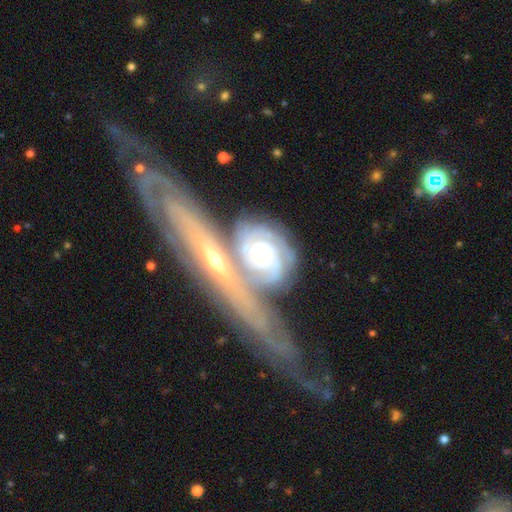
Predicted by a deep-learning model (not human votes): Morphology: type=featured or disk (82%); edge-on=no (60%); merging=merger (43%).